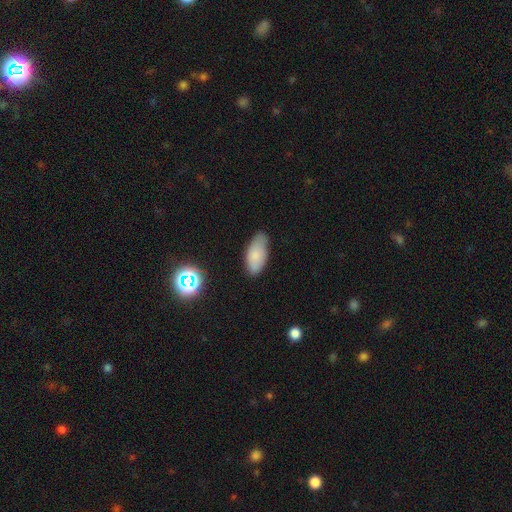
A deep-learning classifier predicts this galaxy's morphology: Q: Smooth or featured?
A: smooth (80%); runner-up: featured or disk (12%)
Q: How rounded?
A: in between (90%); runner-up: cigar-shaped (7%)
Q: Merging?
A: none (74%); runner-up: minor disturbance (21%)